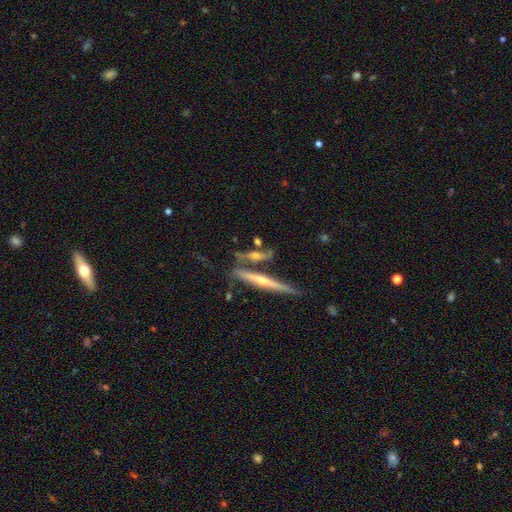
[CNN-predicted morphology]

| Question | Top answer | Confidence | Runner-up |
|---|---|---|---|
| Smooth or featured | featured or disk | 63% | smooth (28%) |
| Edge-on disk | yes | 87% | no (13%) |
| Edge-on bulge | rounded | 77% | none (18%) |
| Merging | none | 59% | merger (20%) |